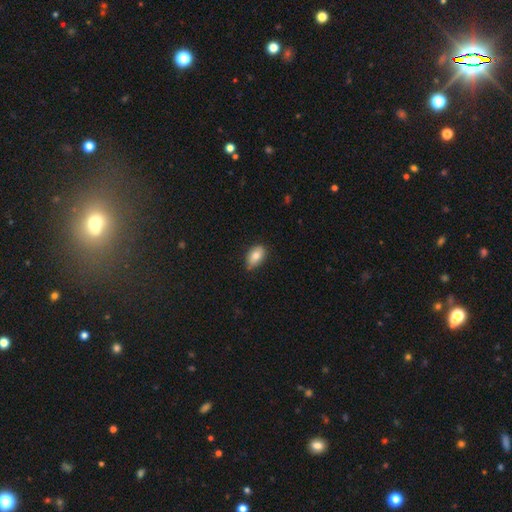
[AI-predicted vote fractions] A smooth galaxy with no disk features (80%) that is in between round and cigar-shaped (91%).

Vote fractions:
- Smooth or featured? smooth: 80% / featured or disk: 13% / star or artifact: 7%
- How rounded? in between: 91% / round: 8% / cigar-shaped: 2%
- Merging? none: 76% / minor disturbance: 20% / major disturbance: 3% / merger: 1%